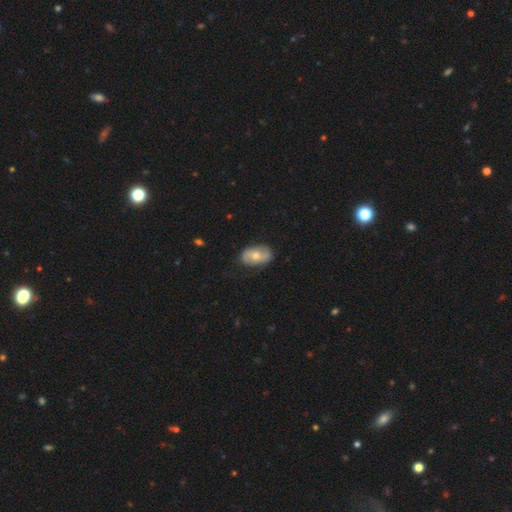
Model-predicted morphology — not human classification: Q: Smooth or featured?
A: smooth (54%); runner-up: featured or disk (40%)
Q: How rounded?
A: in between (88%); runner-up: round (10%)
Q: Merging?
A: none (81%); runner-up: minor disturbance (15%)